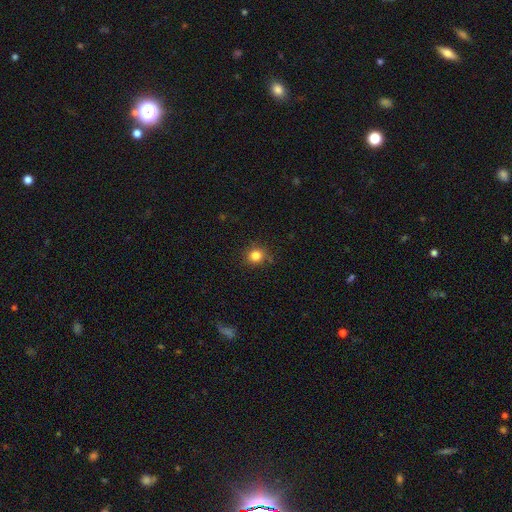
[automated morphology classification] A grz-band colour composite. It shows a smooth galaxy with no disk features (83%) that is round (84%). Merging: none (80%).